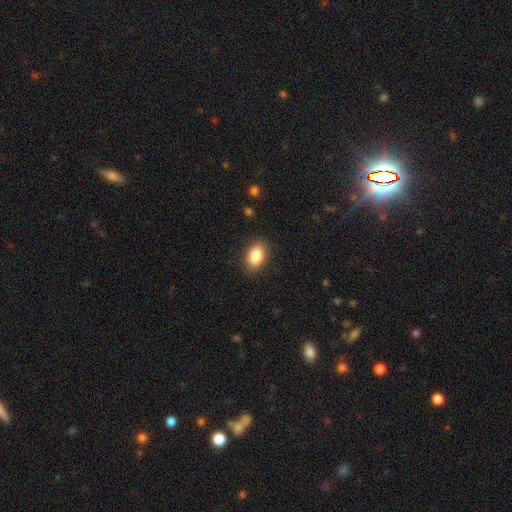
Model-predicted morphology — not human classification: type=smooth (87%); roundness=in between (89%); merging=none (87%).